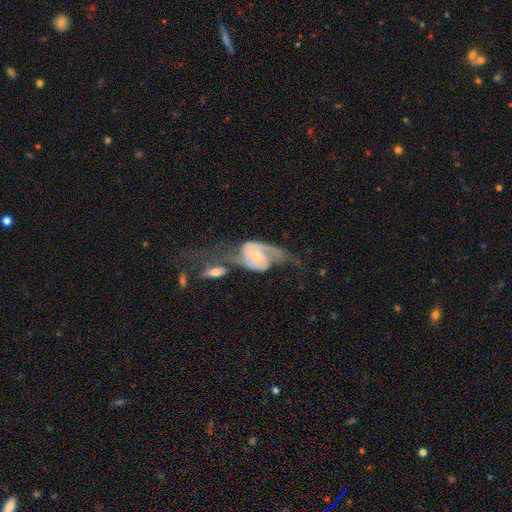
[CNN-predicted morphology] Smooth or featured: featured or disk — 81% (smooth — 14%)
Edge-on disk: no — 95% (yes — 5%)
Bar: no — 65% (weak — 27%)
Spiral arms: yes — 92% (no — 8%)
Spiral winding: loose — 45% (medium — 37%)
Spiral arm count: 2 — 81% (1 — 8%)
Bulge size: small — 67% (moderate — 21%)
Merging: merger — 33% (major disturbance — 29%)